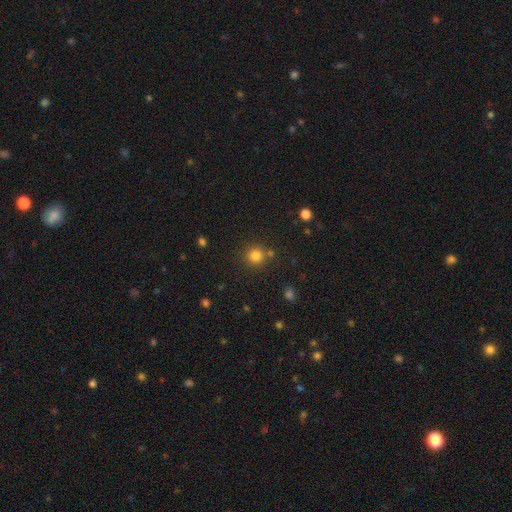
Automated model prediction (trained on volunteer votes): smooth_or_featured: smooth (p=0.80) [alt: star or artifact p=0.14]
how_rounded: round (p=0.93) [alt: in between p=0.06]
merging: none (p=0.79) [alt: merger p=0.10]